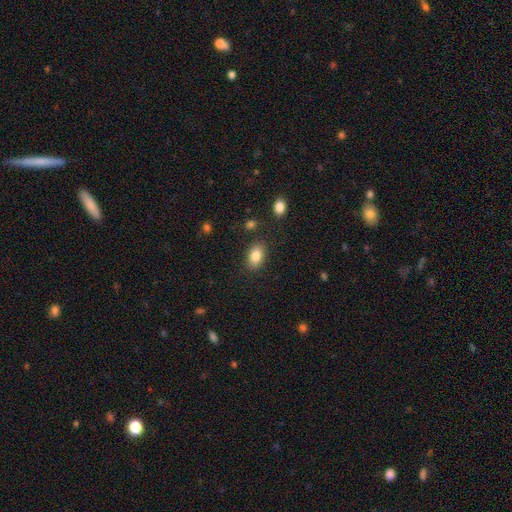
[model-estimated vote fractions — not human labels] This appears to be a smooth galaxy with no disk features (85%) that is in between round and cigar-shaped (87%). Merging: none (85%).